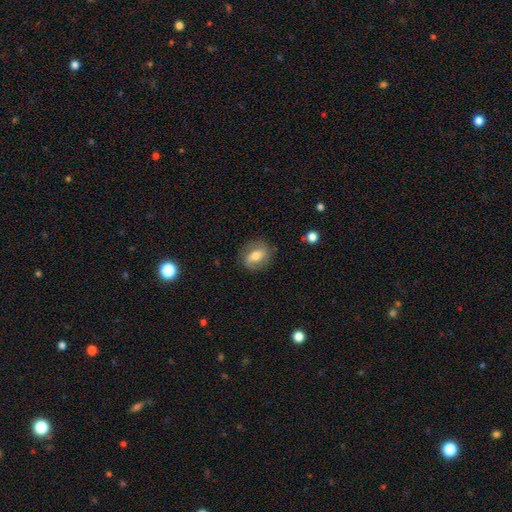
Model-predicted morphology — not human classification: The model was most divided on "smooth or featured": smooth: 53%, featured or disk: 39%, star or artifact: 8%. More confident: merging — none (79%); how rounded — in between (60%).